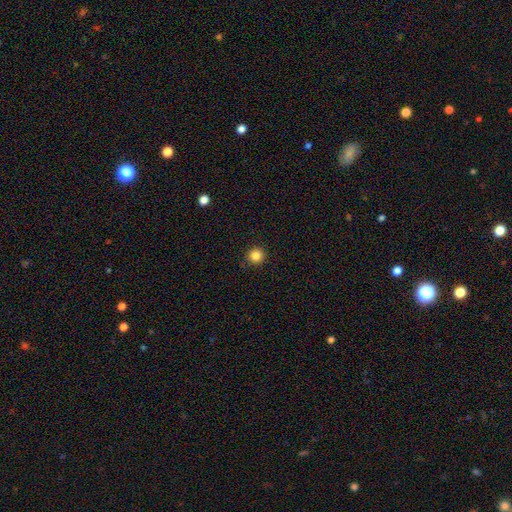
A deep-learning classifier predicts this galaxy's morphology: A smooth galaxy with no disk features (84%) that is round (95%). Merging: none (90%).